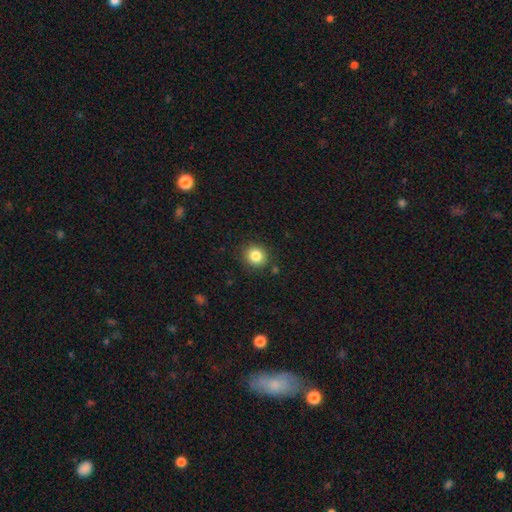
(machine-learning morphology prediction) Smooth or featured?
  - smooth: 84% *
  - star or artifact: 10%
  - featured or disk: 6%
How rounded?
  - round: 86% *
  - in between: 14%
  - cigar-shaped: 1%
Merging?
  - none: 88% *
  - minor disturbance: 8%
  - major disturbance: 2%
  - merger: 2%